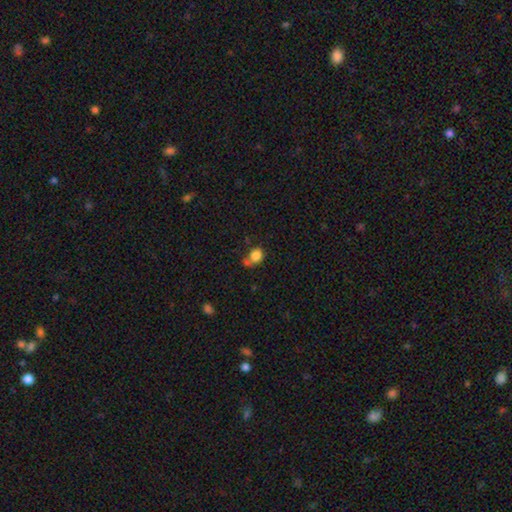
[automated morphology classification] The model was most divided on "merging": none: 45%, merger: 29%, minor disturbance: 18%, major disturbance: 9%. More confident: smooth or featured — smooth (82%); how rounded — round (66%).